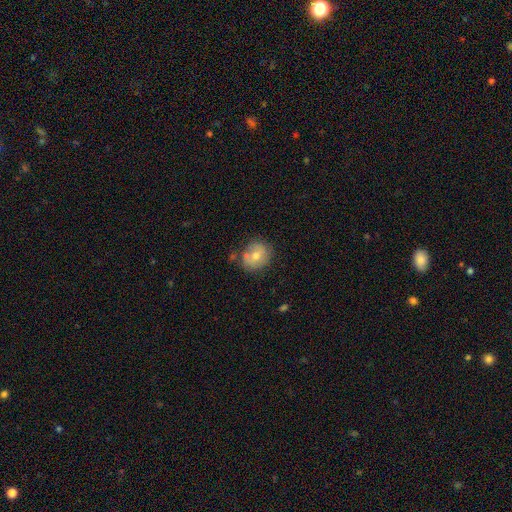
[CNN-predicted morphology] A smooth galaxy with no disk features (59%) that is round (73%). Merging: none (72%).